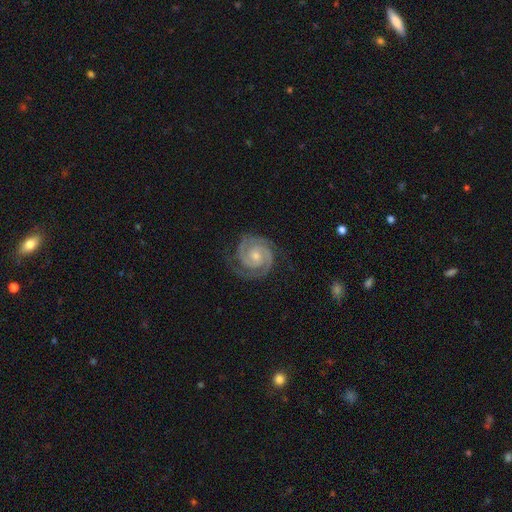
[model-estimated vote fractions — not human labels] This appears to be a featured or disk galaxy (92%) with no bar (66%), 2 (87%) tight (76%) spiral arms (99%) and a small central bulge (51%). Merging: none (81%).